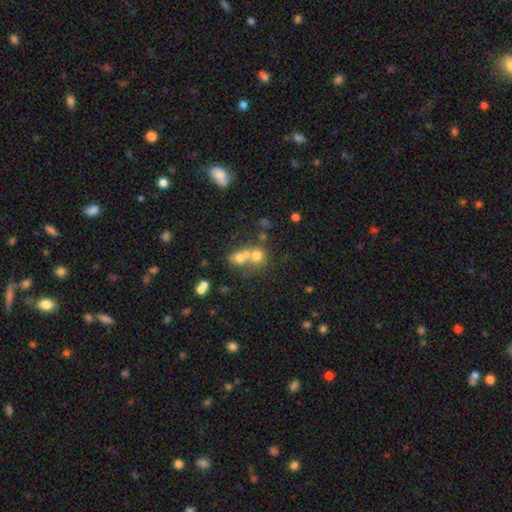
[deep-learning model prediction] This appears to be a smooth galaxy with no disk features (66%) that is round (77%). Merging: merger (59%).